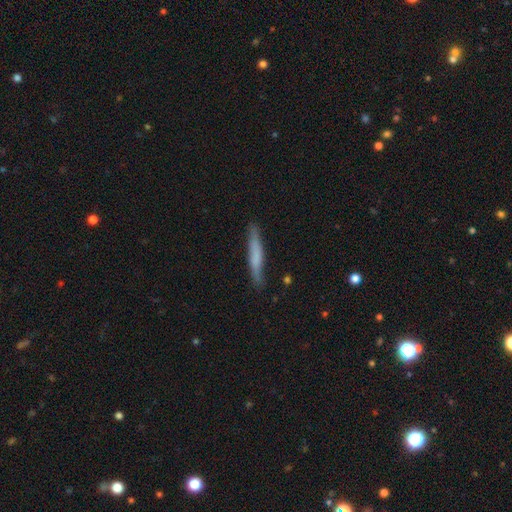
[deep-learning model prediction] This is likely a smooth galaxy (61%). How rounded: clearly cigar-shaped (95%). Merging: clearly none (83%).